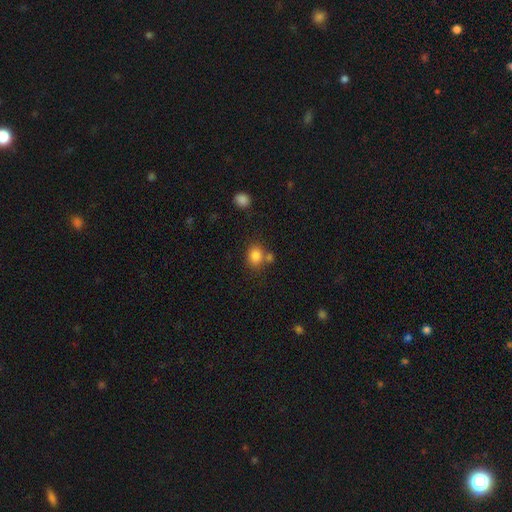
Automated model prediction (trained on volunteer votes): Overall: smooth (84%). How rounded: round (65%; in between 34%). Merging: none (62%).